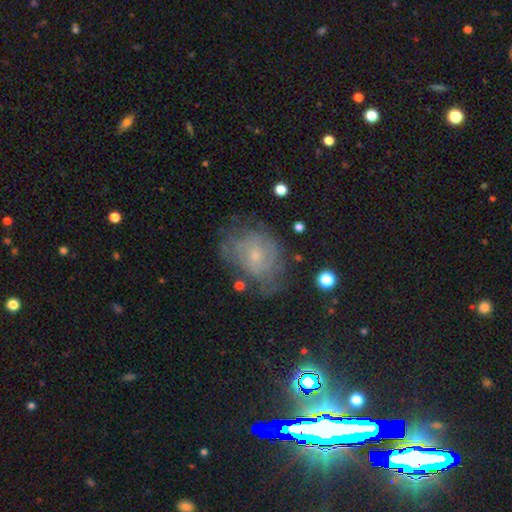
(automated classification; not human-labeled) featured or disk 59%, smooth 28%, star or artifact 13%. Down the decision tree: edge-on disk — no (97%); bar — no (74%); spiral arms — yes (72%); bulge size — small (69%); merging — none (57%).